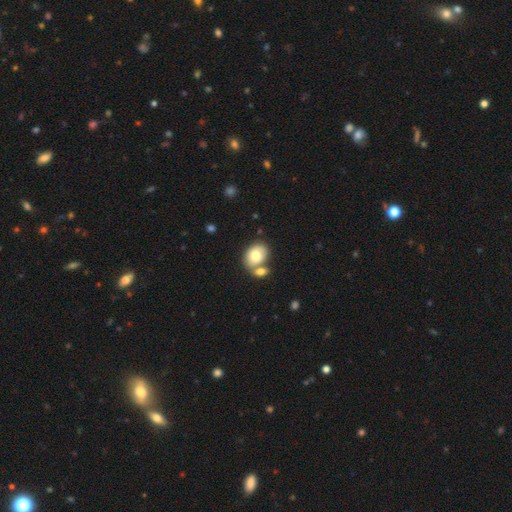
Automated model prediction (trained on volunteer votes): Smooth or featured: smooth — 75% (featured or disk — 17%)
How rounded: in between — 65% (round — 34%)
Merging: none — 44% (merger — 39%)